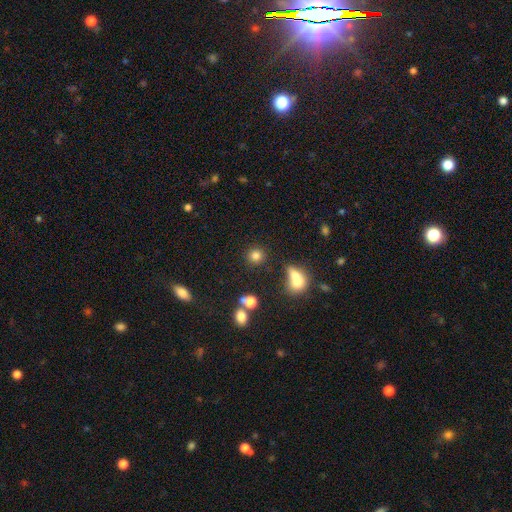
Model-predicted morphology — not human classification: This appears to be a smooth galaxy with no disk features (80%) that is round (87%). Merging: none (80%).